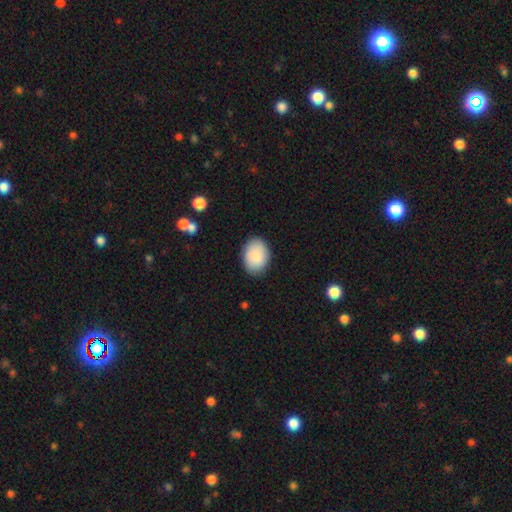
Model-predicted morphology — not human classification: smooth_or_featured: smooth (p=0.88) [alt: star or artifact p=0.06]
how_rounded: in between (p=0.78) [alt: round p=0.22]
merging: none (p=0.85) [alt: minor disturbance p=0.11]